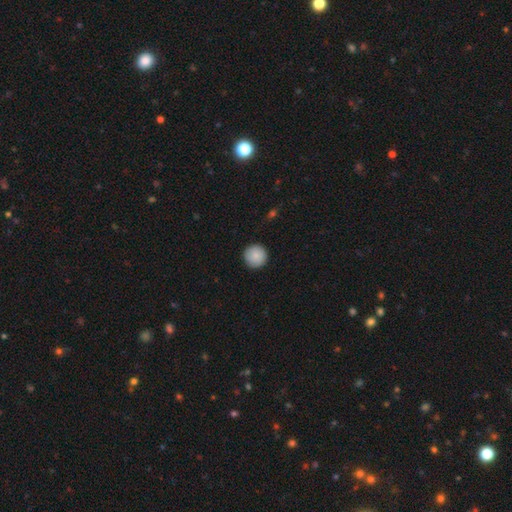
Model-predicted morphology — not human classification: Smooth or featured: smooth — 88% (star or artifact — 7%)
How rounded: round — 96% (in between — 3%)
Merging: none — 91% (minor disturbance — 6%)